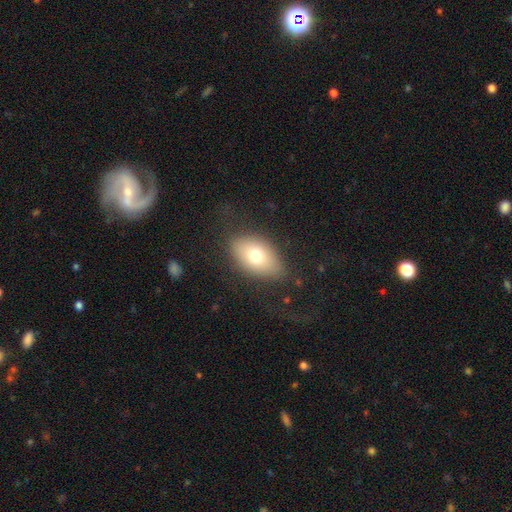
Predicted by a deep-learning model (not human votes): Smooth or featured?
  - smooth: 73% *
  - featured or disk: 18%
  - star or artifact: 9%
How rounded?
  - in between: 88% *
  - round: 10%
  - cigar-shaped: 2%
Merging?
  - none: 74% *
  - minor disturbance: 17%
  - major disturbance: 8%
  - merger: 1%